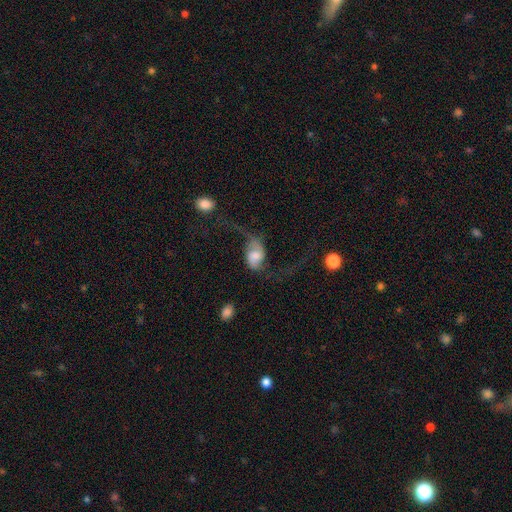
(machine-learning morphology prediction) This is likely a featured or disk galaxy (64%). It is clearly not viewed edge-on (96%). Bar: possibly no (50%). Spiral arm pattern: clearly yes (88%). Spiral arm count: clearly 2 (88%). Spiral winding: clearly loose (86%). Central bulge: marginally moderate (45%). Merging: marginally major disturbance (40%).